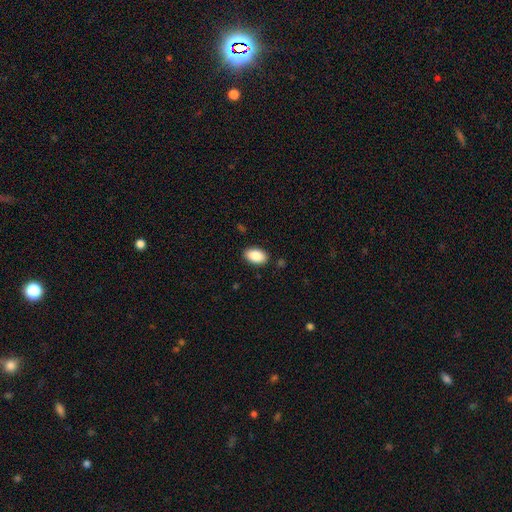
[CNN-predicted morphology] This appears to be a smooth galaxy with no disk features (89%) that is in between round and cigar-shaped (92%). Merging: none (87%).